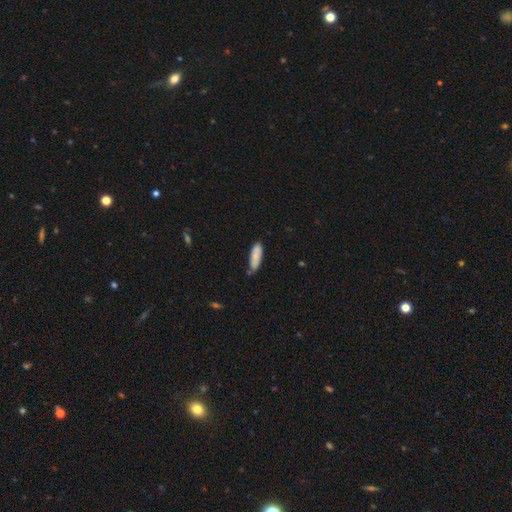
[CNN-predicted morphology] Smooth or featured? Predicted: smooth (p=0.81). How rounded? Predicted: in between (p=0.53). Merging? Predicted: none (p=0.68).